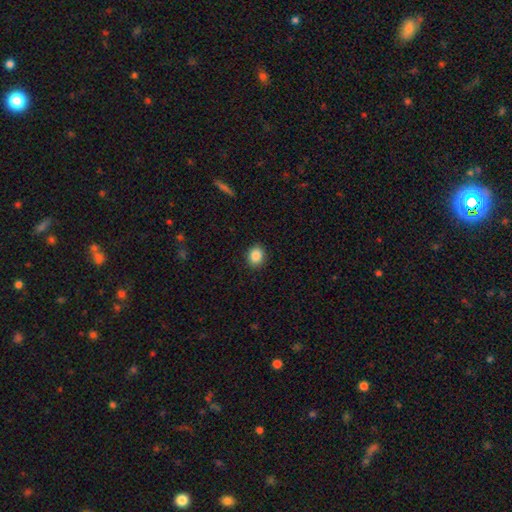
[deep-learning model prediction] This is clearly a smooth galaxy (87%). How rounded: possibly round (59%). Merging: clearly none (90%).